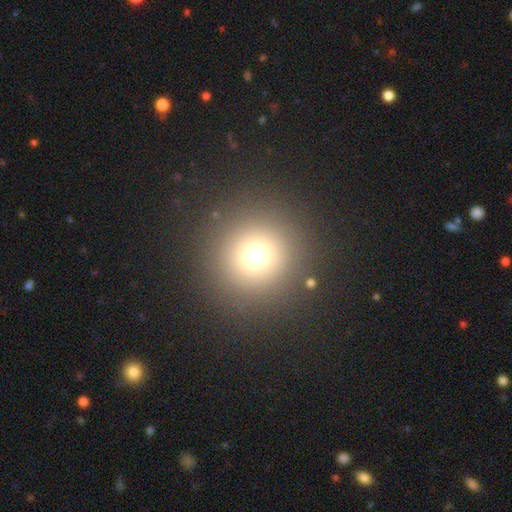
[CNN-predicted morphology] type=smooth (70%); roundness=round (95%); merging=none (89%).